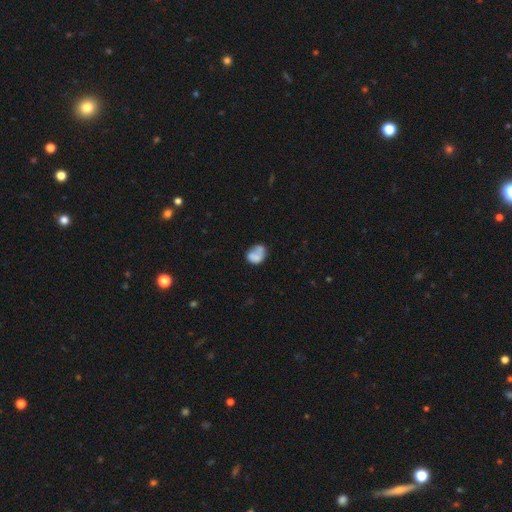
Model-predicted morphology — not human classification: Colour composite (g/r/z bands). It shows a smooth galaxy with no disk features (67%) that is in between round and cigar-shaped (52%). Merging: none (41%).